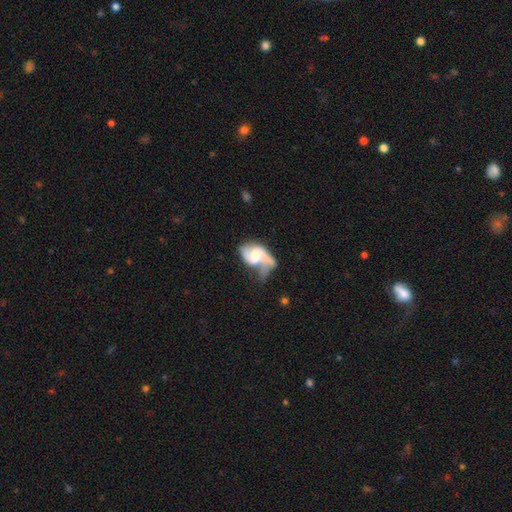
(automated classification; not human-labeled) smooth_or_featured: featured or disk (p=0.67) [alt: smooth p=0.26]
disk_edge_on: no (p=0.97) [alt: yes p=0.03]
bar: no (p=0.45) [alt: weak p=0.40]
has_spiral_arms: yes (p=0.81) [alt: no p=0.19]
spiral_winding: loose (p=0.56) [alt: medium p=0.33]
spiral_arm_count: 2 (p=0.69) [alt: 1 p=0.17]
bulge_size: moderate (p=0.37) [alt: large p=0.24]
merging: major disturbance (p=0.39) [alt: none p=0.22]